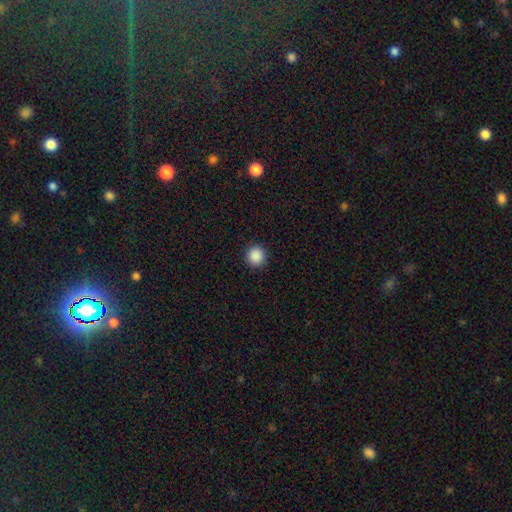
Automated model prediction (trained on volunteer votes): Smooth or featured: smooth — 89% (star or artifact — 9%)
How rounded: round — 95% (in between — 4%)
Merging: none — 93% (minor disturbance — 5%)